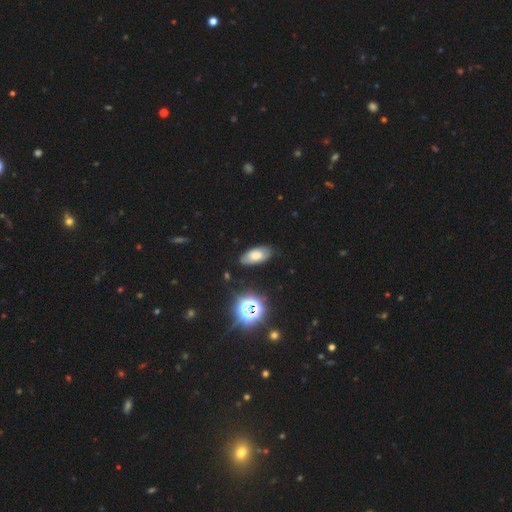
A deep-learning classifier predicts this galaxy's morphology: A smooth galaxy with no disk features (68%) that is in between round and cigar-shaped (92%).

Vote fractions:
- Smooth or featured? smooth: 68% / featured or disk: 18% / star or artifact: 14%
- How rounded? in between: 92% / cigar-shaped: 5% / round: 4%
- Merging? none: 82% / minor disturbance: 14% / major disturbance: 3% / merger: 2%